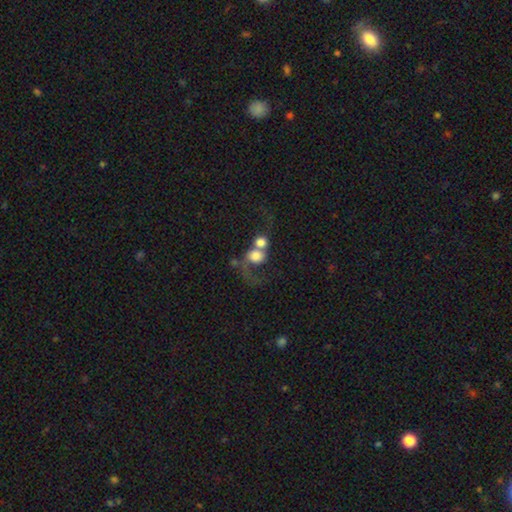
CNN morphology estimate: Smooth or featured: smooth — 63% (featured or disk — 27%)
How rounded: round — 72% (in between — 27%)
Merging: merger — 70% (major disturbance — 12%)